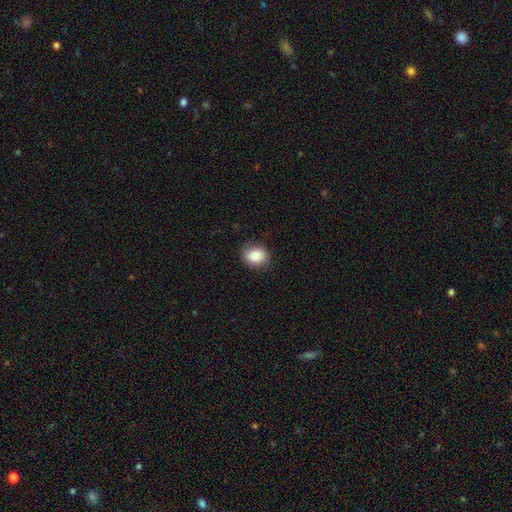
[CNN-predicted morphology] smooth-or-featured: smooth: 85% | star or artifact: 8% | featured or disk: 7%
  how-rounded: in between: 50% | round: 49% | cigar-shaped: 1%
  merging: none: 81% | minor disturbance: 15% | major disturbance: 3% | merger: 1%